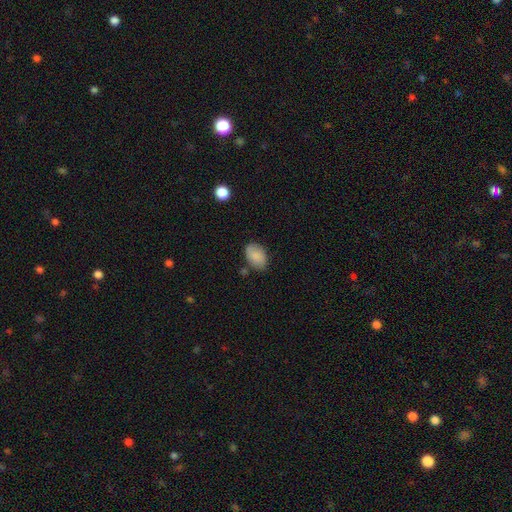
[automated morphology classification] type=smooth (85%); roundness=in between (86%); merging=none (74%).